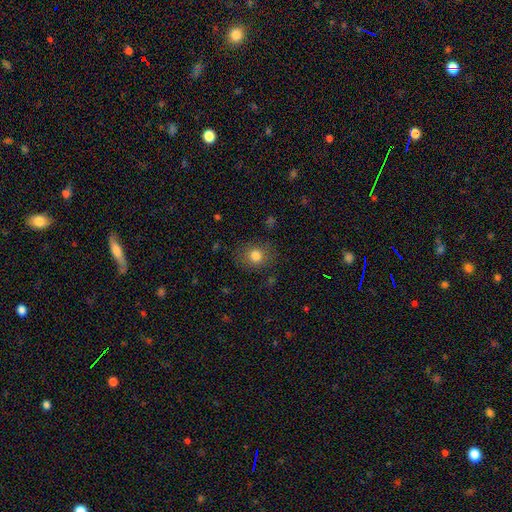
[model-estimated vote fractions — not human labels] A smooth galaxy with no disk features (80%) that is round (74%). Merging: none (82%).